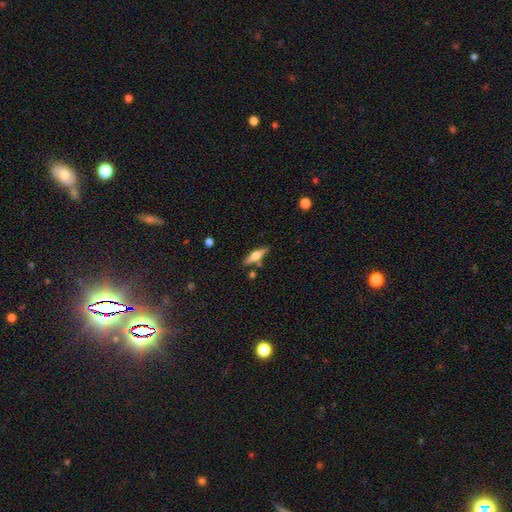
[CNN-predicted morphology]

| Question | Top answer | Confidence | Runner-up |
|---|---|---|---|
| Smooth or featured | featured or disk | 52% | smooth (41%) |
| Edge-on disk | yes | 94% | no (6%) |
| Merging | none | 79% | minor disturbance (11%) |